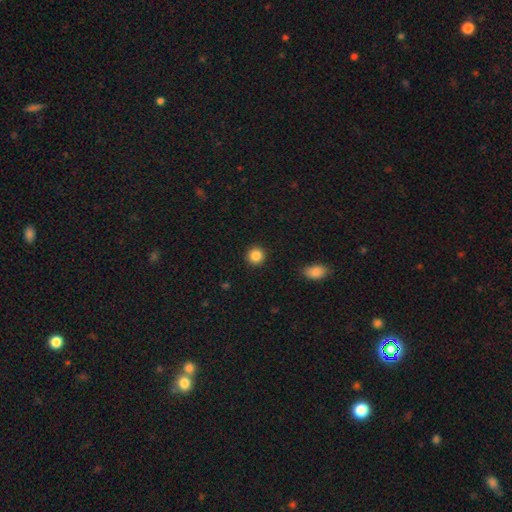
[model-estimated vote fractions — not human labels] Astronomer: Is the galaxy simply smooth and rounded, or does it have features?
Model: smooth — 86%.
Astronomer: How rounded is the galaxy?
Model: round — 93%.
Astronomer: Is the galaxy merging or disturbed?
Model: none — 92%.